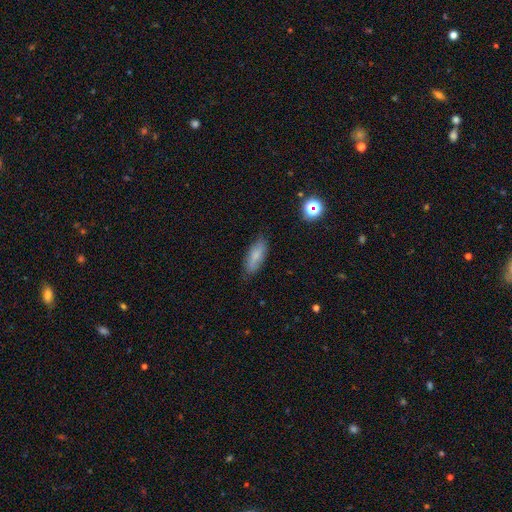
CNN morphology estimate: The model was most divided on "how rounded": in between: 74%, cigar-shaped: 24%, round: 2%. More confident: merging — none (80%); smooth or featured — smooth (74%).